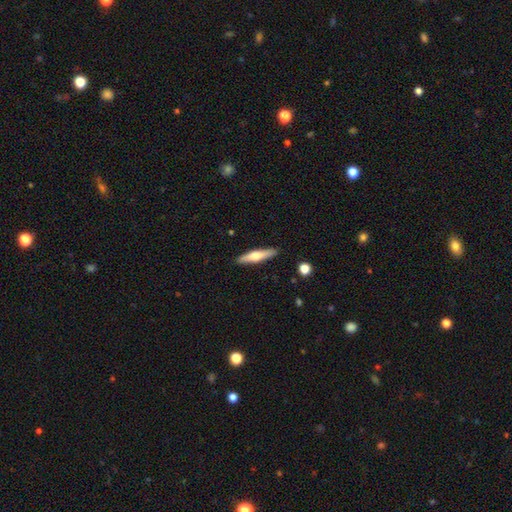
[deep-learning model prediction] Smooth or featured? Predicted: featured or disk (p=0.48). Merging? Predicted: none (p=0.90).